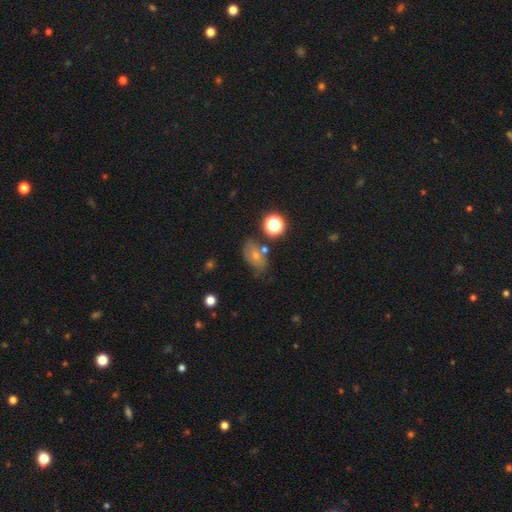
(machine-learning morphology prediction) smooth_or_featured: smooth (p=0.64) [alt: featured or disk p=0.20]
how_rounded: in between (p=0.80) [alt: round p=0.17]
merging: none (p=0.58) [alt: minor disturbance p=0.22]